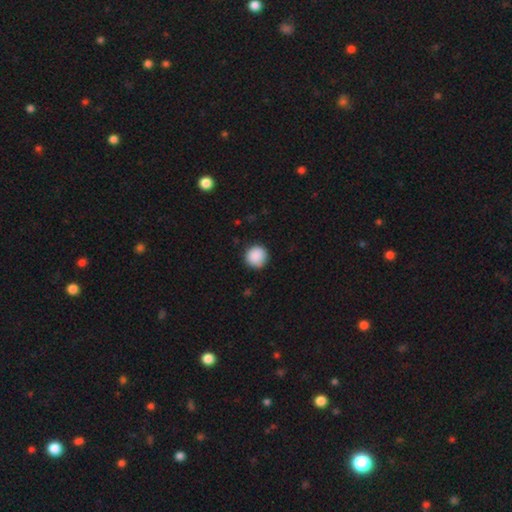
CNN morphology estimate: Smooth or featured: smooth — 90% (star or artifact — 8%)
How rounded: round — 95% (in between — 4%)
Merging: none — 90% (minor disturbance — 8%)